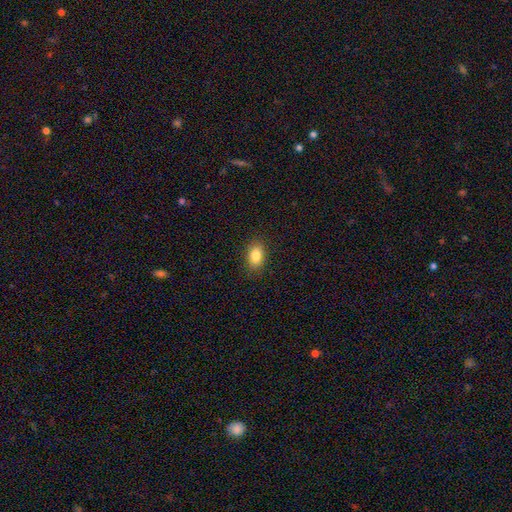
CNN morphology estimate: Smooth or featured? Predicted: smooth (p=0.84). How rounded? Predicted: in between (p=0.86). Merging? Predicted: none (p=0.88).